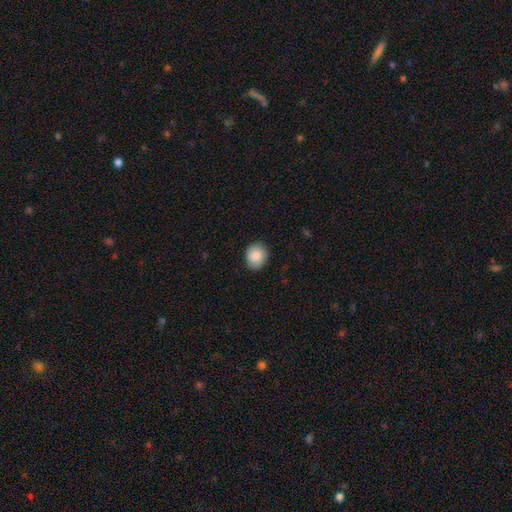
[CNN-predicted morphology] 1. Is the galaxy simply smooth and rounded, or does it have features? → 86% smooth, 7% star or artifact, 7% featured or disk.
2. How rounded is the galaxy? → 62% round, 37% in between, 1% cigar-shaped.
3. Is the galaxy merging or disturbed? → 85% none, 12% minor disturbance, 2% major disturbance, 1% merger.